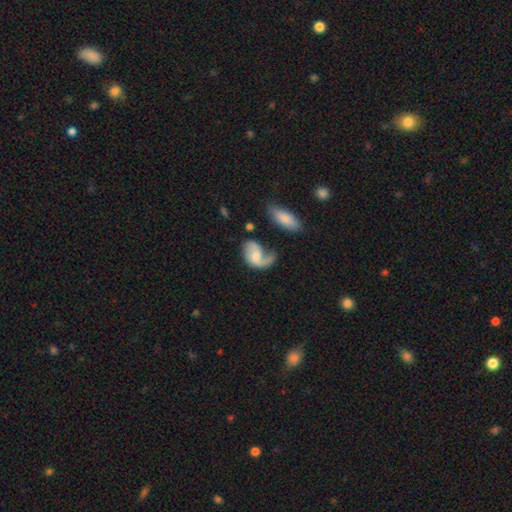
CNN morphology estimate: featured or disk 64%, smooth 29%, star or artifact 7%. Down the decision tree: edge-on disk — no (97%); bar — no (60%); spiral arms — yes (86%); spiral arm count — 1 (53%); spiral winding — loose (62%); bulge size — small (41%); merging — major disturbance (36%).